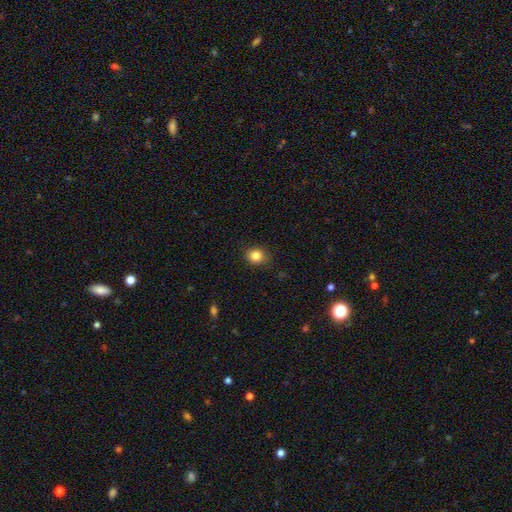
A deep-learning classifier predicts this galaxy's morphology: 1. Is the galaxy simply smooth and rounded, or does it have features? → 84% smooth, 11% star or artifact, 5% featured or disk.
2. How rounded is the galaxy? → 69% round, 30% in between, 1% cigar-shaped.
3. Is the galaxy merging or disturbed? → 85% none, 11% minor disturbance, 3% major disturbance, 1% merger.